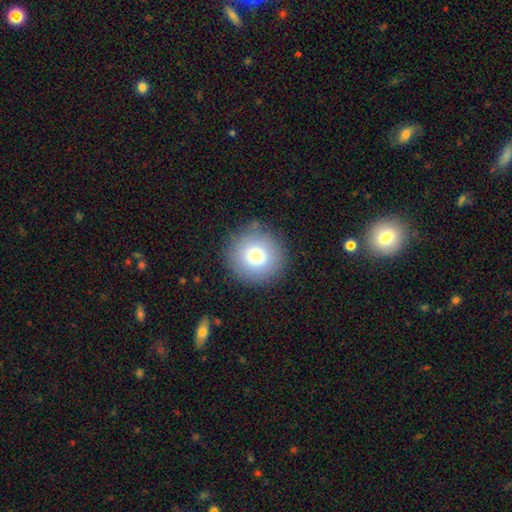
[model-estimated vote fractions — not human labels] A smooth galaxy with no disk features (77%) that is round (95%).

Vote fractions:
- Smooth or featured? smooth: 77% / featured or disk: 12% / star or artifact: 11%
- How rounded? round: 95% / in between: 4% / cigar-shaped: 1%
- Merging? none: 86% / minor disturbance: 9% / major disturbance: 3% / merger: 2%